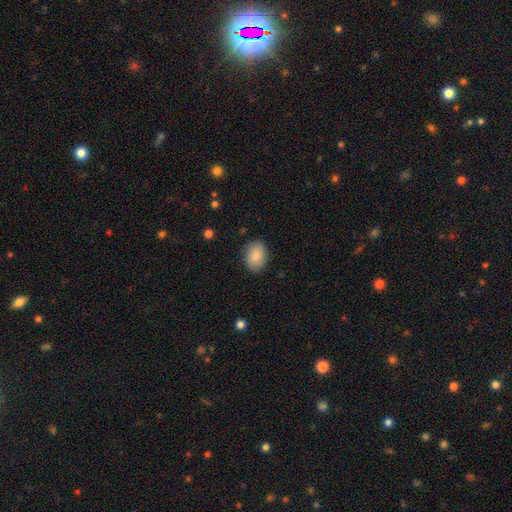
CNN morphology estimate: Smooth or featured: smooth — 85% (featured or disk — 8%)
How rounded: in between — 72% (round — 27%)
Merging: none — 85% (minor disturbance — 11%)